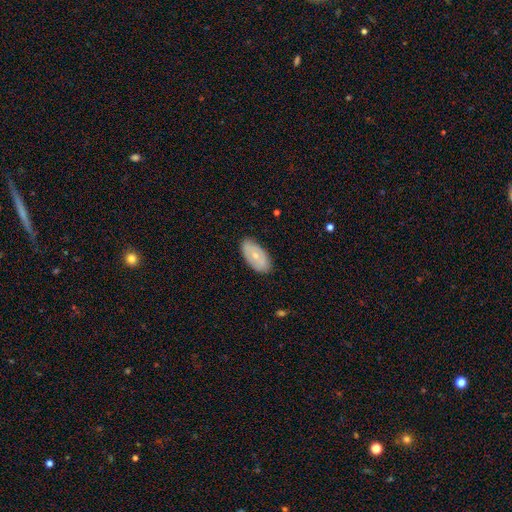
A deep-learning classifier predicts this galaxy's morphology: A smooth galaxy with no disk features (55%) that is in between round and cigar-shaped (93%).

Vote fractions:
- Smooth or featured? smooth: 55% / featured or disk: 38% / star or artifact: 6%
- How rounded? in between: 93% / round: 4% / cigar-shaped: 3%
- Merging? none: 85% / minor disturbance: 12% / major disturbance: 2% / merger: 1%